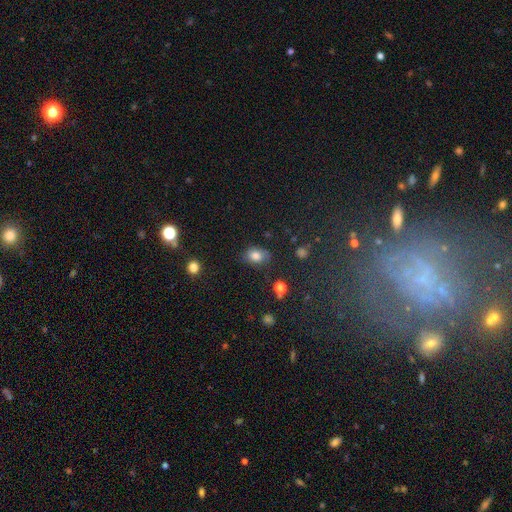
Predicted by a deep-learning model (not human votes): Smooth or featured? Predicted: smooth (p=0.81). How rounded? Predicted: in between (p=0.70). Merging? Predicted: none (p=0.75).